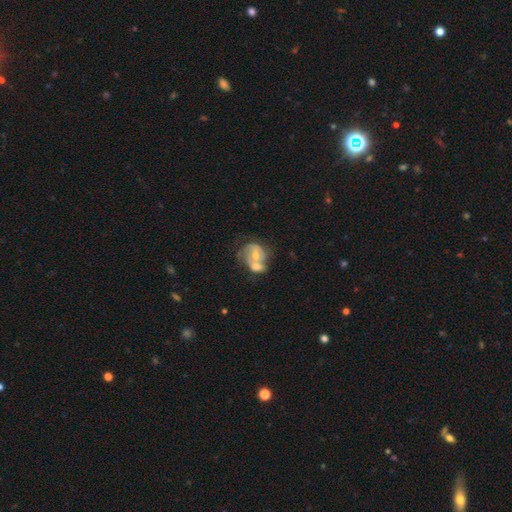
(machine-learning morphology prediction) A featured or disk galaxy (58%) with no bar (67%), spiral arms (64%) and a moderate central bulge (61%). Merging: merger (61%).